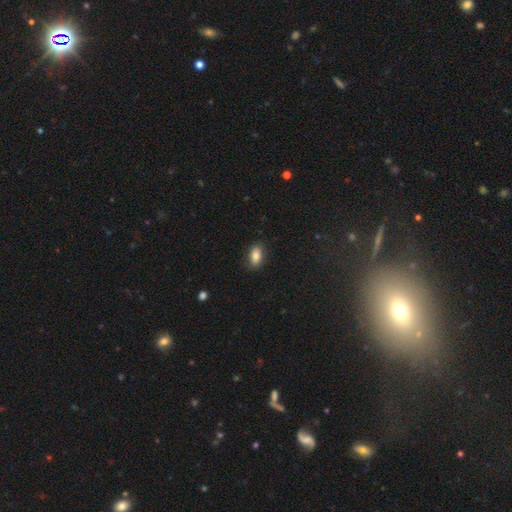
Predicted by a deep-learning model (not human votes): smooth 83%, featured or disk 9%, star or artifact 8%. Down the decision tree: how rounded — in between (90%); merging — none (86%).